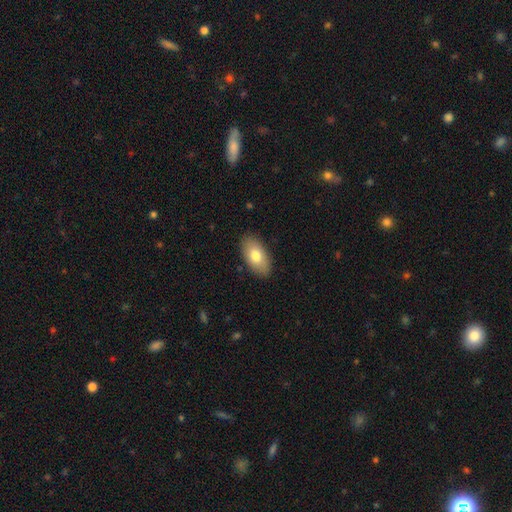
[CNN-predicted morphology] Smooth or featured?
  - smooth: 76% *
  - featured or disk: 18%
  - star or artifact: 6%
How rounded?
  - in between: 93% *
  - round: 4%
  - cigar-shaped: 3%
Merging?
  - none: 87% *
  - minor disturbance: 10%
  - major disturbance: 2%
  - merger: 1%